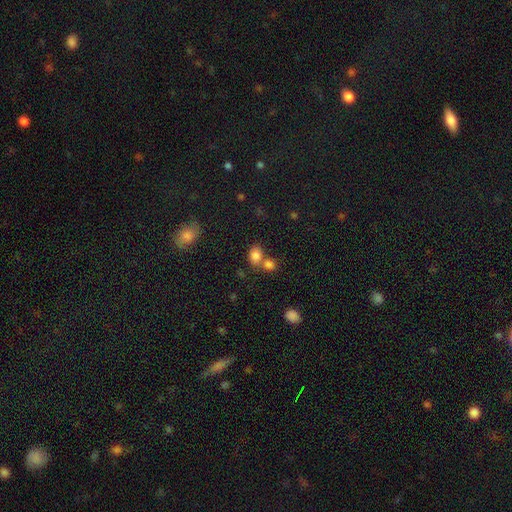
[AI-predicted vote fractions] smooth-or-featured: smooth: 81% | star or artifact: 12% | featured or disk: 7%
  how-rounded: in between: 54% | round: 44% | cigar-shaped: 1%
  merging: none: 47% | merger: 39% | minor disturbance: 10% | major disturbance: 4%